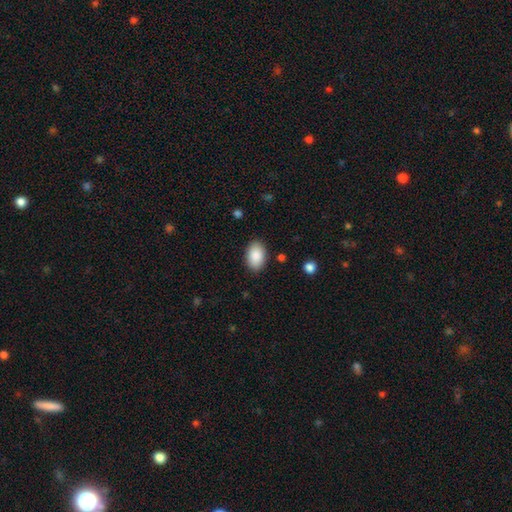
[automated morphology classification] Smooth or featured?
  - smooth: 89% *
  - star or artifact: 7%
  - featured or disk: 4%
How rounded?
  - in between: 91% *
  - round: 8%
  - cigar-shaped: 1%
Merging?
  - none: 87% *
  - minor disturbance: 9%
  - major disturbance: 2%
  - merger: 1%